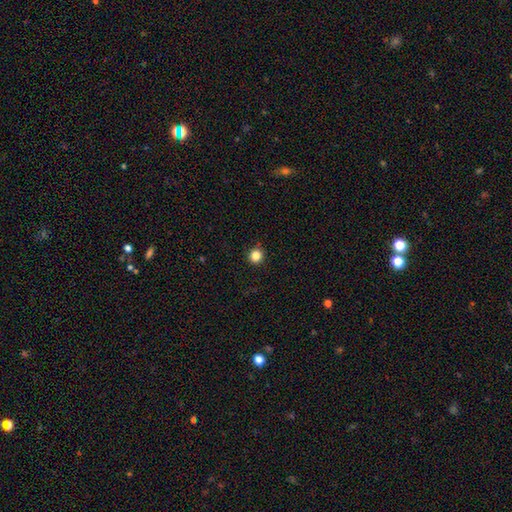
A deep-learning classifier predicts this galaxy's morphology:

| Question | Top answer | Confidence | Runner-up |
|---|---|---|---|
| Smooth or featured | smooth | 85% | star or artifact (12%) |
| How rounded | round | 93% | in between (6%) |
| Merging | none | 92% | minor disturbance (6%) |